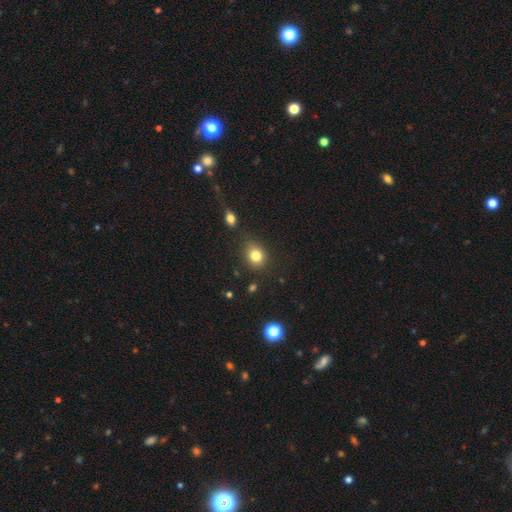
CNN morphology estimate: Smooth or featured? Predicted: smooth (p=0.82). How rounded? Predicted: round (p=0.62). Merging? Predicted: none (p=0.78).